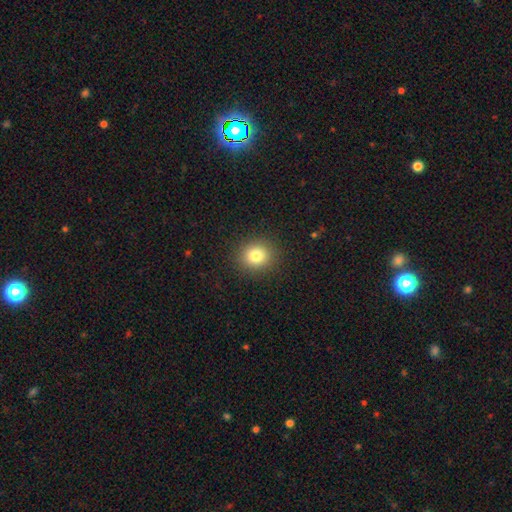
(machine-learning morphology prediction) Overall: smooth (81%). How rounded: round (80%). Merging: none (90%).